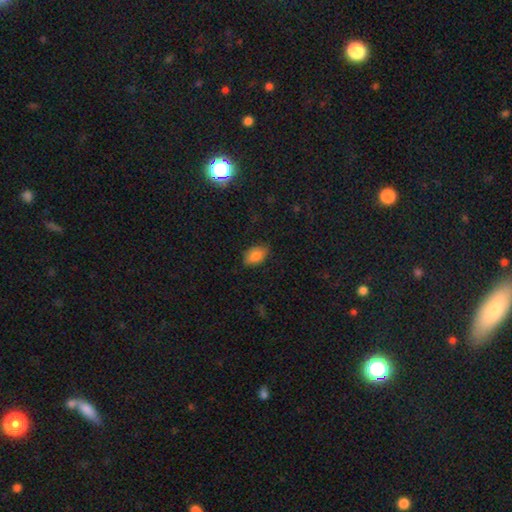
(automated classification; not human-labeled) A smooth galaxy with no disk features (82%) that is in between round and cigar-shaped (89%).

Vote fractions:
- Smooth or featured? smooth: 82% / featured or disk: 9% / star or artifact: 8%
- How rounded? in between: 89% / round: 9% / cigar-shaped: 2%
- Merging? none: 79% / minor disturbance: 17% / major disturbance: 3% / merger: 1%